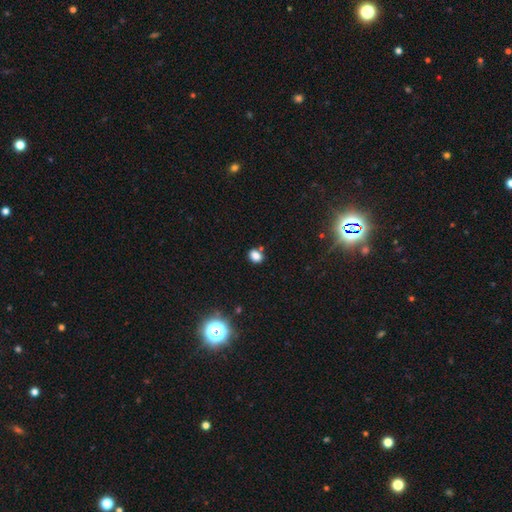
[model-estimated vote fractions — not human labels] Smooth or featured: smooth — 82% (star or artifact — 14%)
How rounded: in between — 56% (round — 42%)
Merging: none — 75% (minor disturbance — 13%)